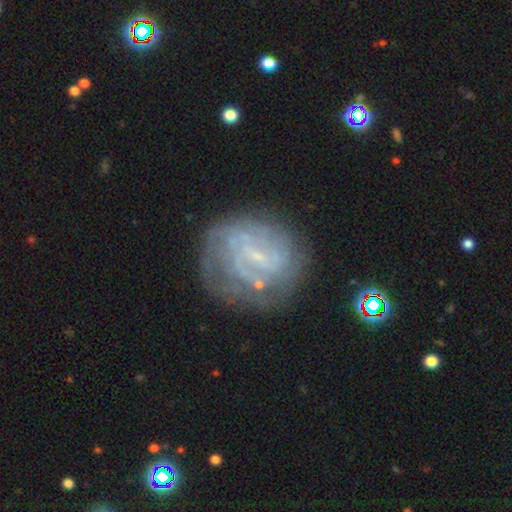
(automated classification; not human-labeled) Smooth or featured?
  - featured or disk: 72% *
  - smooth: 19%
  - star or artifact: 10%
Edge-on disk?
  - no: 97% *
  - yes: 3%
Bar?
  - weak: 50% *
  - no: 30%
  - strong: 20%
Spiral arms?
  - yes: 73% *
  - no: 27%
Spiral winding?
  - tight: 58% *
  - medium: 28%
  - loose: 14%
Spiral arm count?
  - can't tell: 55% *
  - 2: 19%
  - 3: 10%
  - 4: 7%
  - 1: 6%
  - more than 4: 5%
Bulge size?
  - small: 65% *
  - none: 25%
  - moderate: 8%
  - large: 1%
  - dominant: 1%
Merging?
  - none: 64% *
  - minor disturbance: 19%
  - major disturbance: 14%
  - merger: 3%